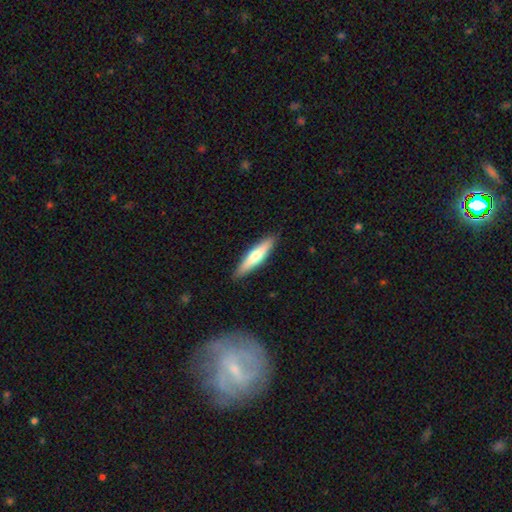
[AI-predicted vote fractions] A smooth galaxy with no disk features (61%) that is cigar-shaped (82%). Merging: none (90%).